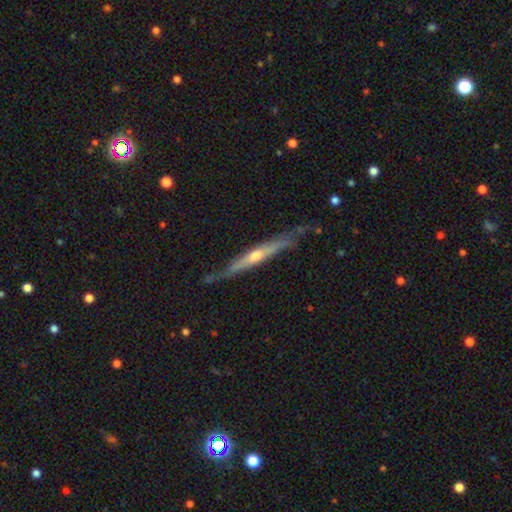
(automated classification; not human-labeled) This is likely a featured or disk galaxy (77%). It is clearly viewed edge-on (95%). Edge-on bulge: likely rounded (74%). Merging: likely none (79%).